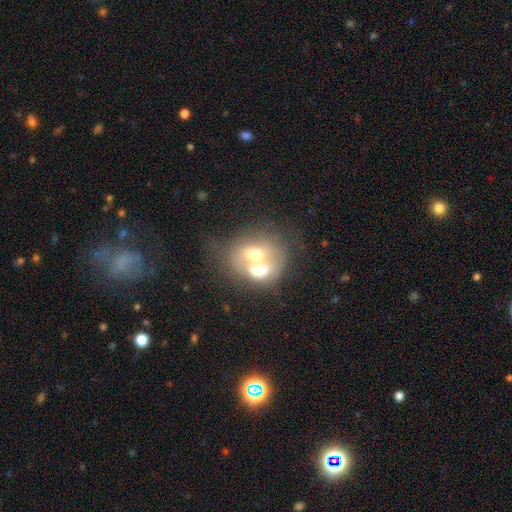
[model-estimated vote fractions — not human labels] This appears to be a smooth galaxy with no disk features (47%). Merging: merger (69%).